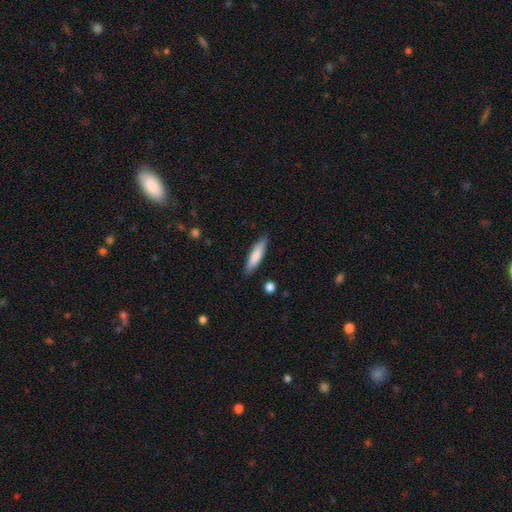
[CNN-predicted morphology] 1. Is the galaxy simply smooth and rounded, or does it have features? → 79% smooth, 16% featured or disk, 6% star or artifact.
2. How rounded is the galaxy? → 76% cigar-shaped, 23% in between, 1% round.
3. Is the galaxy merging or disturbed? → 87% none, 9% minor disturbance, 2% major disturbance, 1% merger.